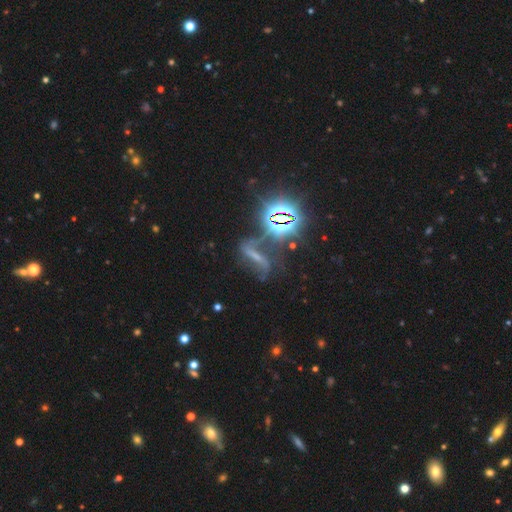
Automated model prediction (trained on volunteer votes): smooth_or_featured: star or artifact (p=0.42) [alt: featured or disk p=0.40]